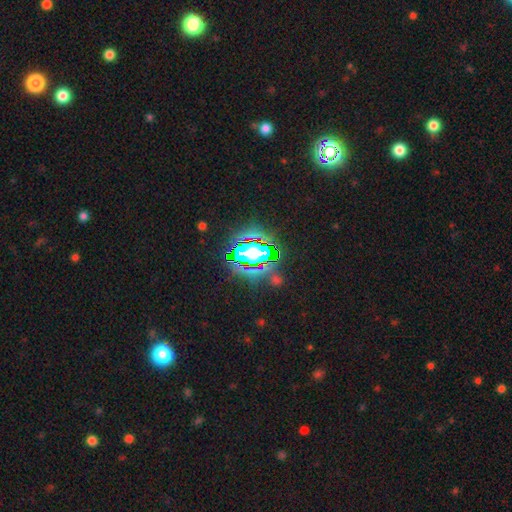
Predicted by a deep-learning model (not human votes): This appears to be a star or artifact, not a galaxy (75%).